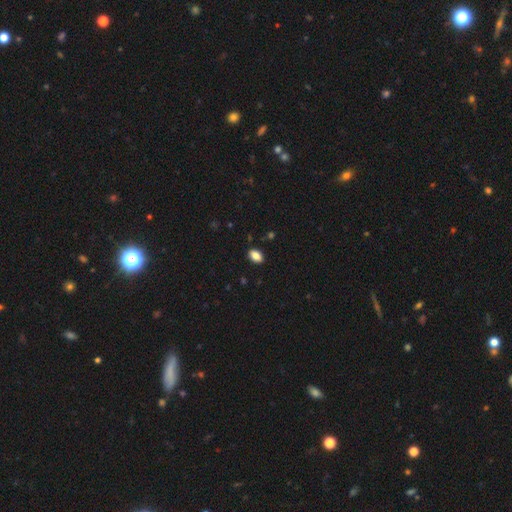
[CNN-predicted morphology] Overall: smooth (86%). How rounded: in between (87%). Merging: none (89%).